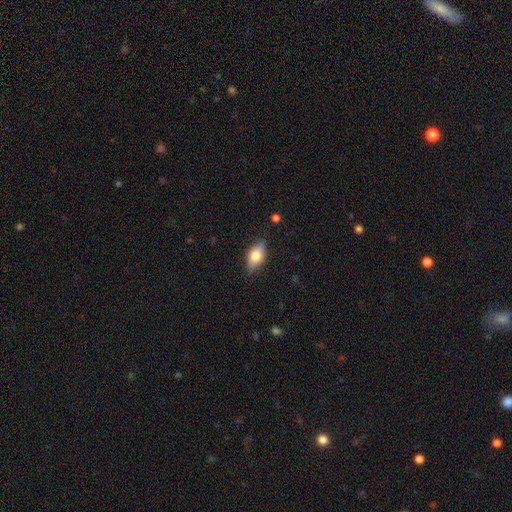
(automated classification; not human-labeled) The model was most divided on "smooth or featured": smooth: 70%, featured or disk: 23%, star or artifact: 7%. More confident: how rounded — in between (86%); merging — none (82%).